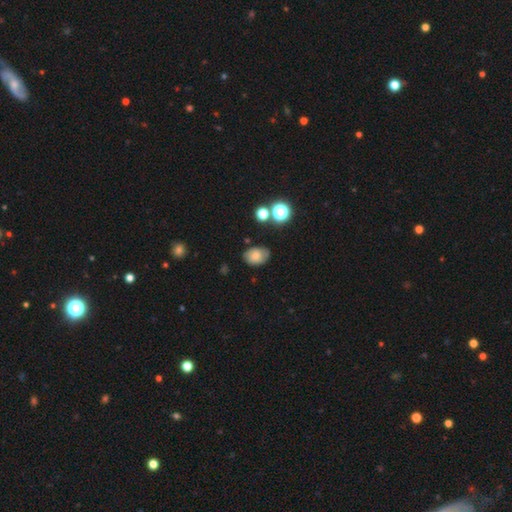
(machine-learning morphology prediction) Smooth or featured?
  - smooth: 68% *
  - featured or disk: 20%
  - star or artifact: 12%
How rounded?
  - in between: 71% *
  - round: 28%
  - cigar-shaped: 1%
Merging?
  - none: 69% *
  - minor disturbance: 22%
  - major disturbance: 6%
  - merger: 3%